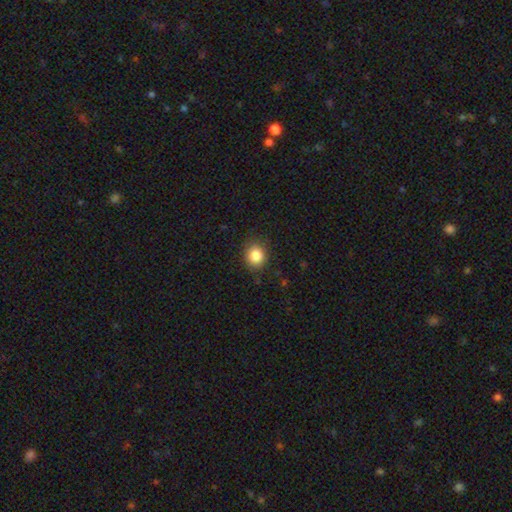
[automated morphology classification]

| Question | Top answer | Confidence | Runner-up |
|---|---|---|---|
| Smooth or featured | smooth | 85% | star or artifact (10%) |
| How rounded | round | 74% | in between (25%) |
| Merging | none | 86% | minor disturbance (10%) |